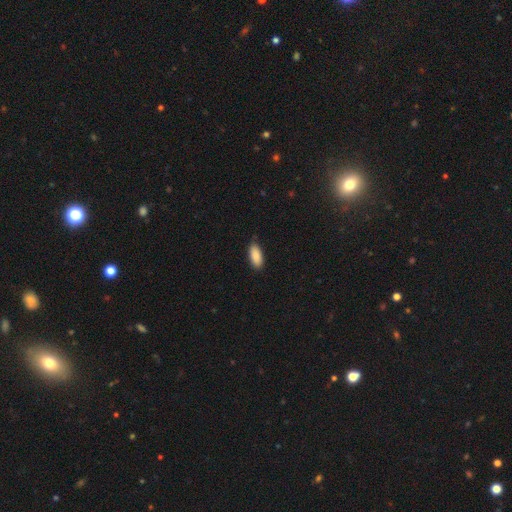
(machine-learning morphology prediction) smooth-or-featured: smooth: 89% | star or artifact: 6% | featured or disk: 5%
  how-rounded: in between: 84% | cigar-shaped: 14% | round: 2%
  merging: none: 86% | minor disturbance: 11% | major disturbance: 2% | merger: 1%